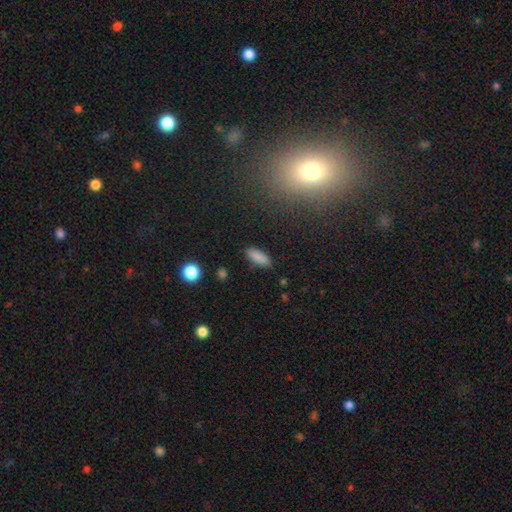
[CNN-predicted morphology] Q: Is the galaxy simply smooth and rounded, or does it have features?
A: smooth — 87%.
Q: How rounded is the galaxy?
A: in between — 64%.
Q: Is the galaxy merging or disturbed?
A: none — 86%.